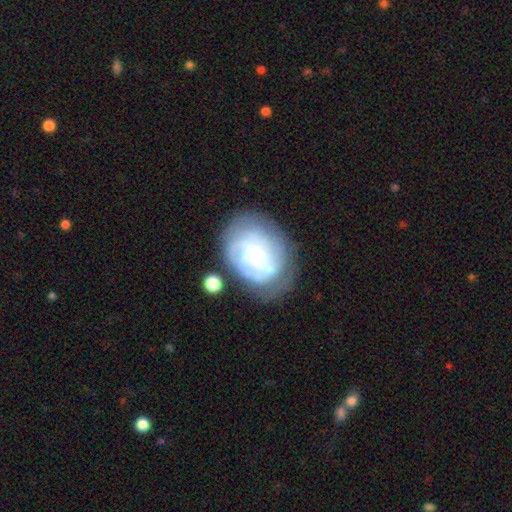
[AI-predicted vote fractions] smooth-or-featured: featured or disk: 72% | smooth: 21% | star or artifact: 7%
  disk-edge-on: no: 97% | yes: 3%
    bar: no: 78% | weak: 18% | strong: 3%
    has-spiral-arms: yes: 81% | no: 19%
      spiral-winding: tight: 66% | medium: 26% | loose: 9%
      spiral-arm-count: can't tell: 49% | 3: 16% | 4: 14% | 2: 11% | more than 4: 5% | 1: 4%
    bulge-size: small: 65% | moderate: 29% | large: 3% | none: 3% | dominant: 1%
  merging: none: 60% | minor disturbance: 22% | major disturbance: 12% | merger: 6%